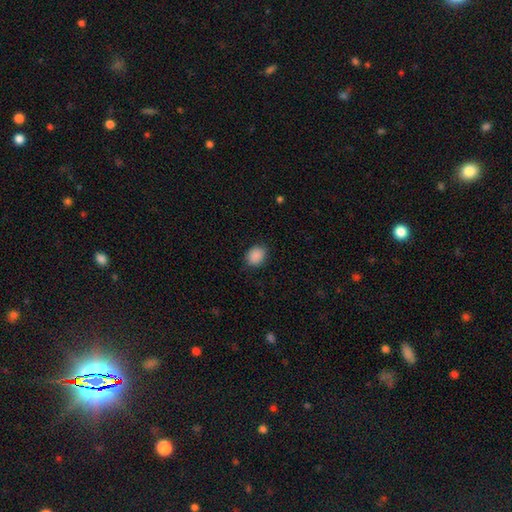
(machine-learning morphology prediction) Smooth or featured? Predicted: smooth (p=0.89). How rounded? Predicted: in between (p=0.55). Merging? Predicted: none (p=0.85).